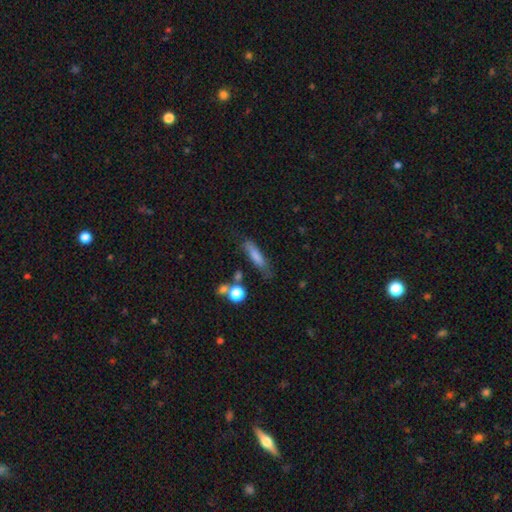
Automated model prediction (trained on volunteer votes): A smooth galaxy with no disk features (76%) that is cigar-shaped (76%).

Vote fractions:
- Smooth or featured? smooth: 76% / featured or disk: 16% / star or artifact: 8%
- How rounded? cigar-shaped: 76% / in between: 21% / round: 3%
- Merging? none: 65% / minor disturbance: 22% / major disturbance: 7% / merger: 6%